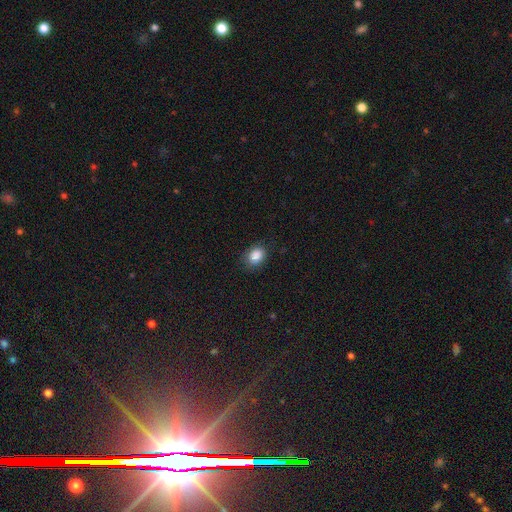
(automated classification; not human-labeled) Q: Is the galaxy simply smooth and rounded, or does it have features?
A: smooth — 87%.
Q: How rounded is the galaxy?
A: in between — 63%.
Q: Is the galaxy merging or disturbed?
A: none — 79%.